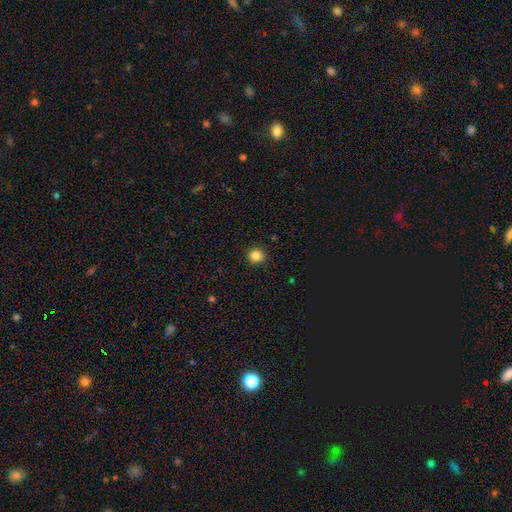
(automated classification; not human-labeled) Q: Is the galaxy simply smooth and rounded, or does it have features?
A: smooth — 84%.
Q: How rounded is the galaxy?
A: round — 94%.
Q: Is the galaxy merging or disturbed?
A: none — 91%.